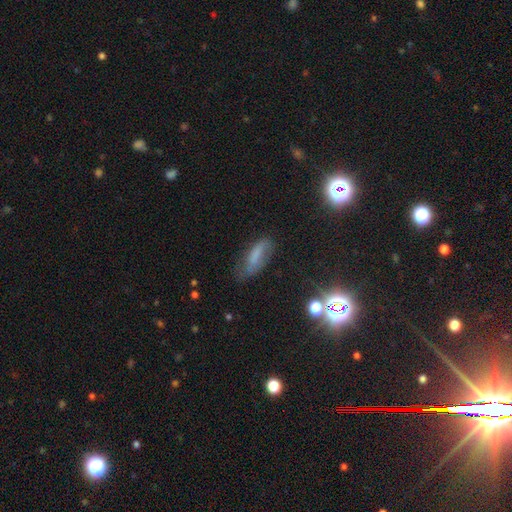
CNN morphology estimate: A smooth galaxy with no disk features (53%) that is in between round and cigar-shaped (63%).

Vote fractions:
- Smooth or featured? smooth: 53% / featured or disk: 30% / star or artifact: 17%
- How rounded? in between: 63% / cigar-shaped: 33% / round: 4%
- Merging? none: 55% / minor disturbance: 29% / major disturbance: 13% / merger: 3%